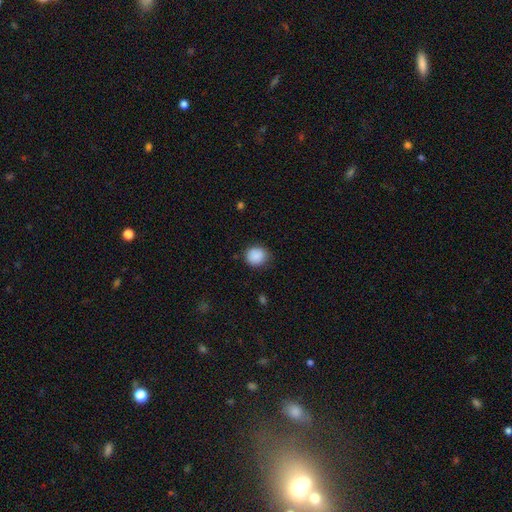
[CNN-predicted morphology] A smooth galaxy with no disk features (89%) that is round (84%). Merging: none (83%).